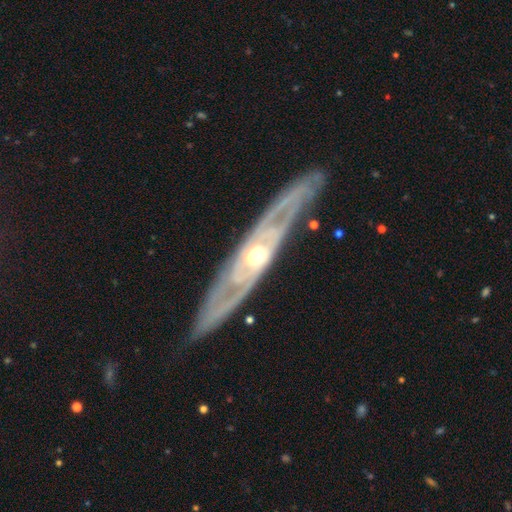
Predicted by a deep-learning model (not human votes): Q: Smooth or featured?
A: featured or disk (88%); runner-up: smooth (8%)
Q: Edge-on disk?
A: no (62%); runner-up: yes (38%)
Q: Bar?
A: no (73%); runner-up: weak (18%)
Q: Spiral arms?
A: yes (81%); runner-up: no (19%)
Q: Bulge size?
A: moderate (73%); runner-up: small (14%)
Q: Merging?
A: none (84%); runner-up: minor disturbance (11%)